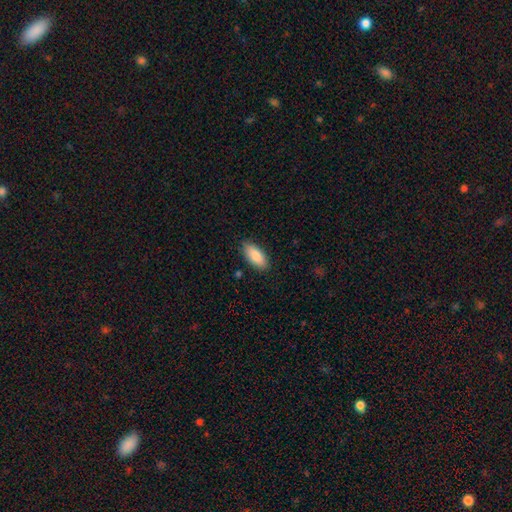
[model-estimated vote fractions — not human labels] Smooth or featured? Predicted: smooth (p=0.85). How rounded? Predicted: in between (p=0.85). Merging? Predicted: none (p=0.86).